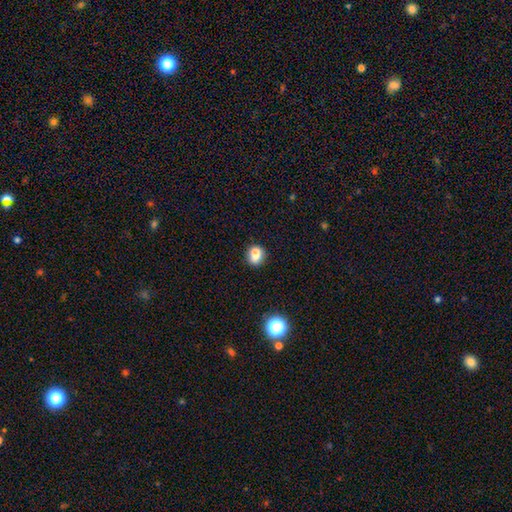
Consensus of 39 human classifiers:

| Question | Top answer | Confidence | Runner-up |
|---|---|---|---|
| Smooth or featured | smooth | 74% | featured or disk (15%) |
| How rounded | round | 72% | in between (28%) |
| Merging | none | 60% | minor disturbance (23%) |